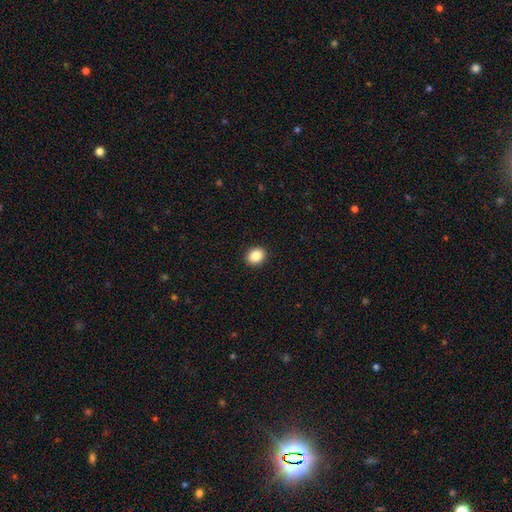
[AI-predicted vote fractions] Smooth or featured?
  - smooth: 87% *
  - star or artifact: 9%
  - featured or disk: 4%
How rounded?
  - round: 59% *
  - in between: 41%
  - cigar-shaped: 1%
Merging?
  - none: 92% *
  - minor disturbance: 5%
  - major disturbance: 2%
  - merger: 1%